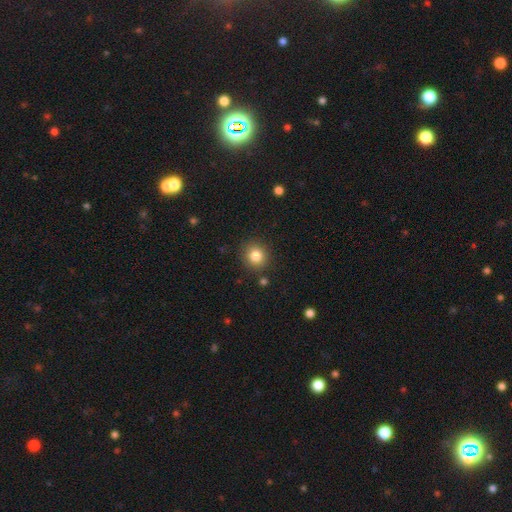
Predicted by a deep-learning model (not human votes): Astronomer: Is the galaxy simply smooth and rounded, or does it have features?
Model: smooth — 83%.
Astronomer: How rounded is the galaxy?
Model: round — 89%.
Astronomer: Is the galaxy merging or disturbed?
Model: none — 88%.